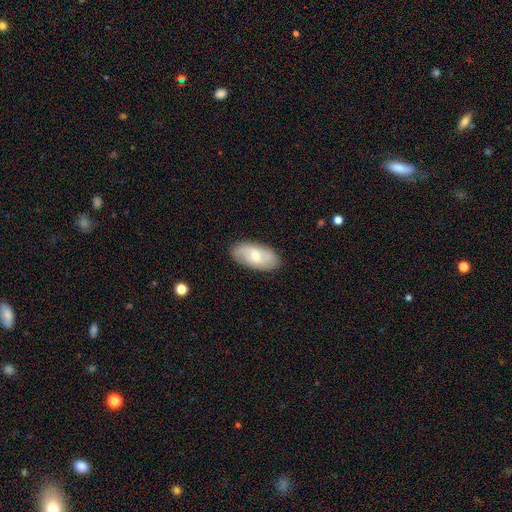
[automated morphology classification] type=smooth (49%); merging=none (84%).